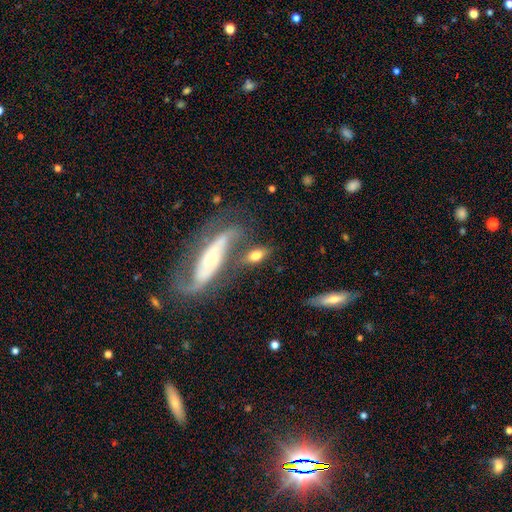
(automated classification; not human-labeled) Smooth or featured? smooth (59%)
How rounded? in between (74%)
Merging? none (46%)